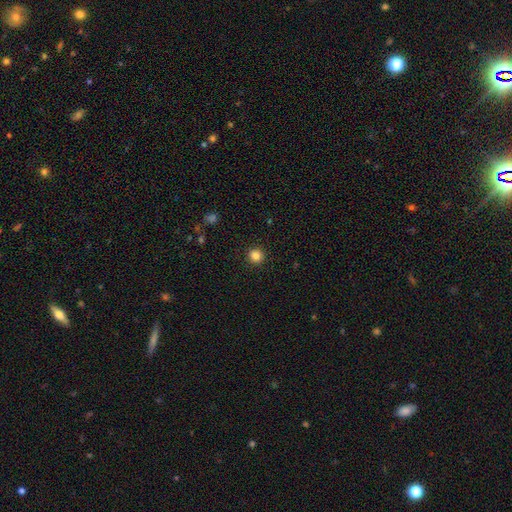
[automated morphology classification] A smooth galaxy with no disk features (85%) that is round (94%). Merging: none (92%).